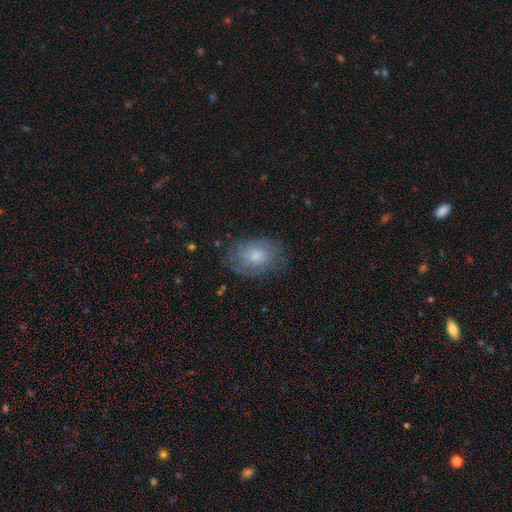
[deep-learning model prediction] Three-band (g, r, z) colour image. It shows a smooth galaxy with no disk features (49%). Merging: none (66%).